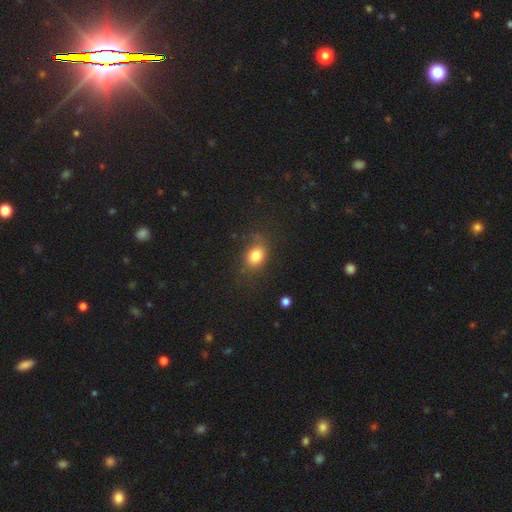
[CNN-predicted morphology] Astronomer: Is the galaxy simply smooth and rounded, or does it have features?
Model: smooth — 80%.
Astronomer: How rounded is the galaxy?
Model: in between — 55% (runner-up: round, 43%).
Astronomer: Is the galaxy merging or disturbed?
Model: none — 72%.